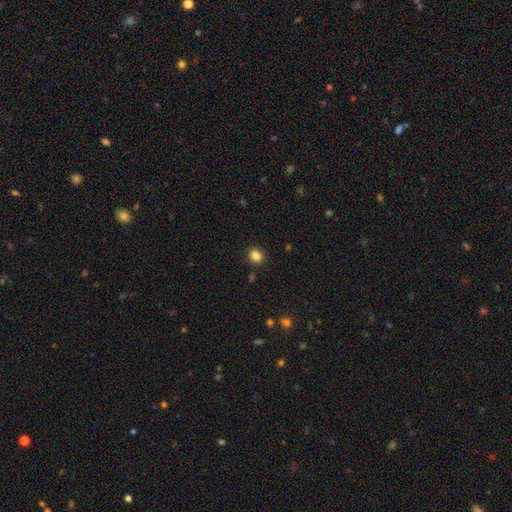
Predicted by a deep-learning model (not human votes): smooth 85%, star or artifact 11%, featured or disk 4%. Down the decision tree: how rounded — round (61%); merging — none (89%).